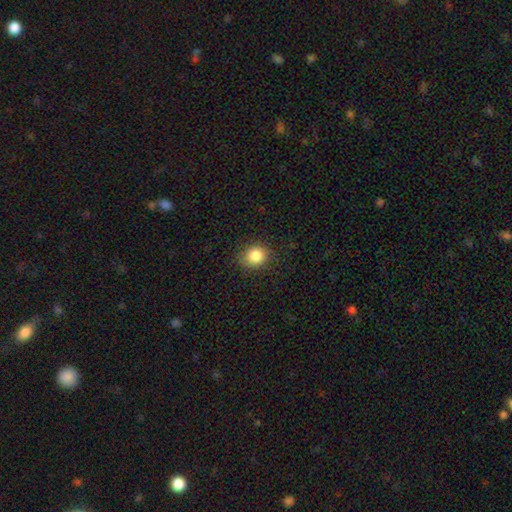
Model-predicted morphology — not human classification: A smooth galaxy with no disk features (85%) that is round (71%). Merging: none (84%).